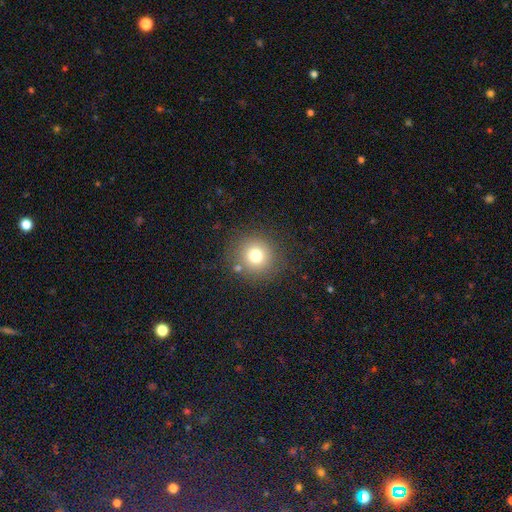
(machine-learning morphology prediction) type=smooth (75%); roundness=round (93%); merging=none (84%).